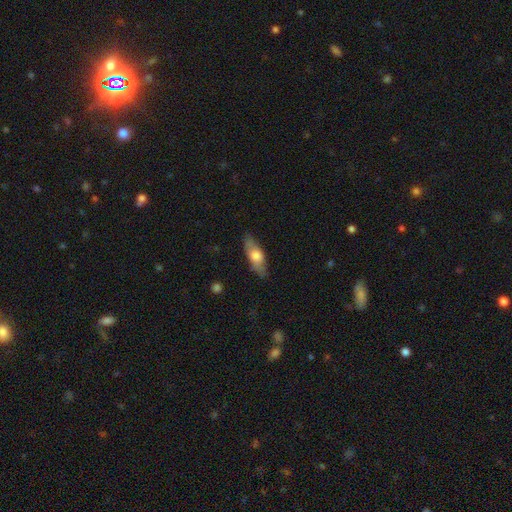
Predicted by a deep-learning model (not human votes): Smooth or featured? smooth (60%)
How rounded? in between (61%)
Merging? none (82%)